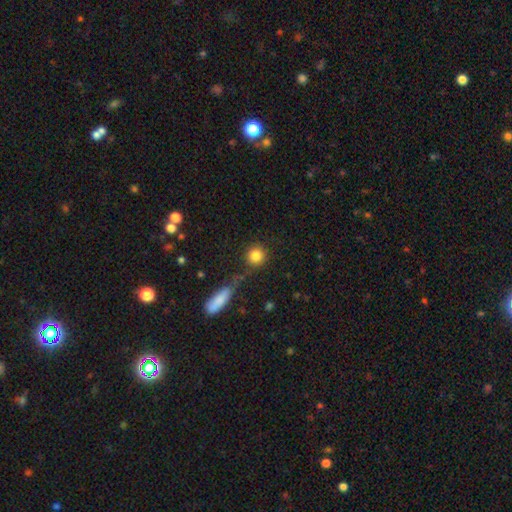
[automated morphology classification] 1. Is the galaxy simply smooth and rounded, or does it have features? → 84% smooth, 9% star or artifact, 6% featured or disk.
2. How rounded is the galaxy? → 91% round, 7% in between, 2% cigar-shaped.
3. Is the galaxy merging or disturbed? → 78% none, 10% minor disturbance, 9% merger, 4% major disturbance.